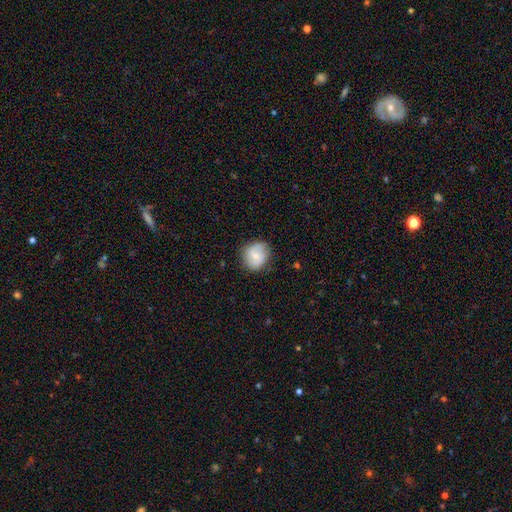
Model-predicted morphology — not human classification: This is possibly a smooth galaxy (48%). Merging: likely none (79%).